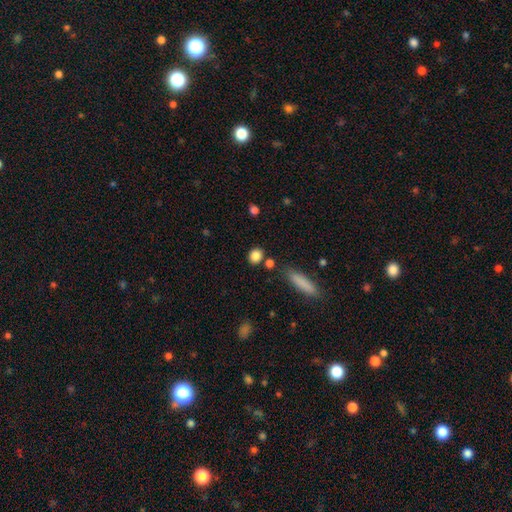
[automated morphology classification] The model was most divided on "how rounded": round: 64%, in between: 32%, cigar-shaped: 4%. More confident: smooth or featured — smooth (85%); merging — none (78%).